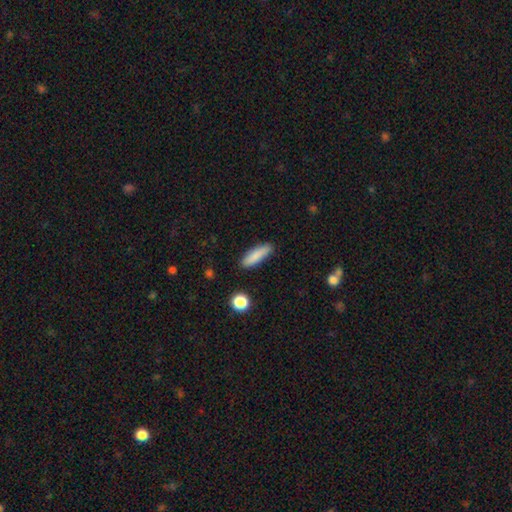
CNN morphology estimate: A smooth galaxy with no disk features (83%) that is cigar-shaped (64%).

Vote fractions:
- Smooth or featured? smooth: 83% / featured or disk: 10% / star or artifact: 7%
- How rounded? cigar-shaped: 64% / in between: 34% / round: 2%
- Merging? none: 86% / minor disturbance: 10% / major disturbance: 2% / merger: 2%